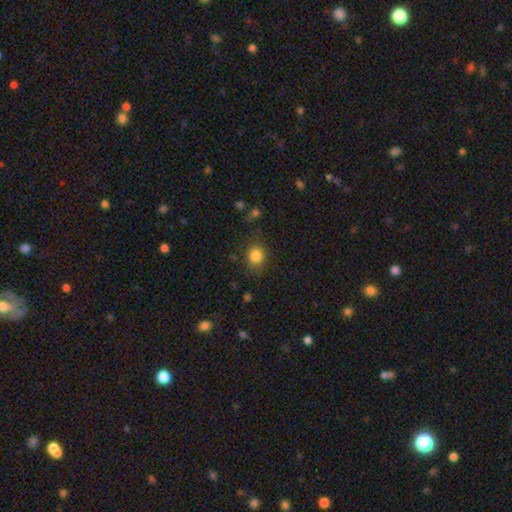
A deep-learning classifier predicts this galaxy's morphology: A smooth galaxy with no disk features (83%) that is round (66%). Merging: none (77%).